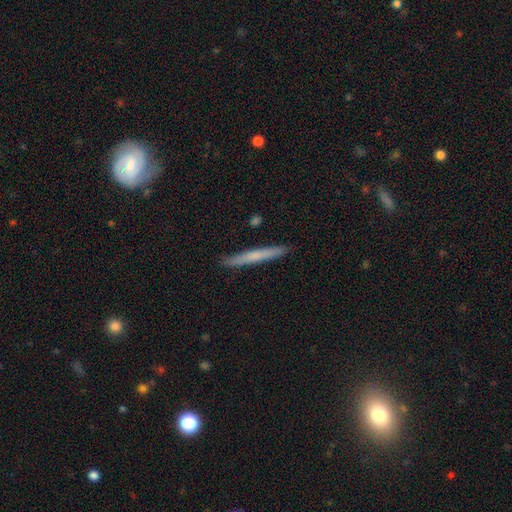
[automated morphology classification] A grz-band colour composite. It shows a smooth galaxy with no disk features (57%) that is cigar-shaped (97%). Merging: none (90%).